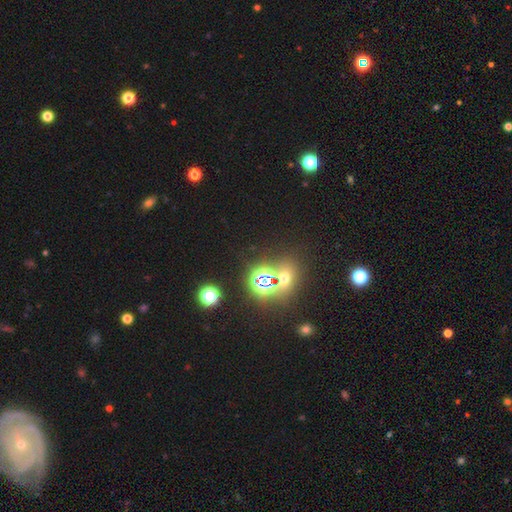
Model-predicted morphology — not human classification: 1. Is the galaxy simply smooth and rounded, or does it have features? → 61% star or artifact, 30% smooth, 9% featured or disk.